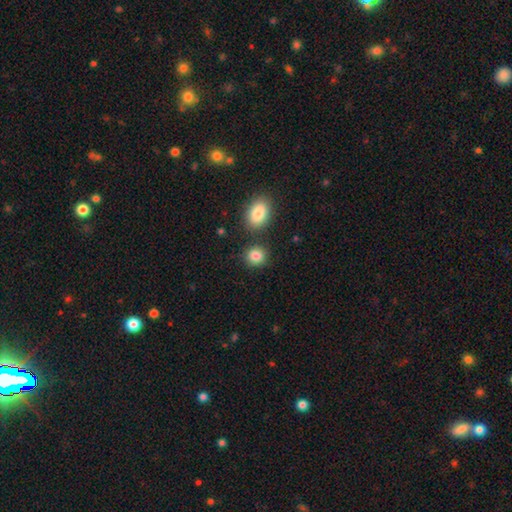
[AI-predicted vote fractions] Smooth or featured? Predicted: smooth (p=0.85). How rounded? Predicted: round (p=0.78). Merging? Predicted: none (p=0.78).